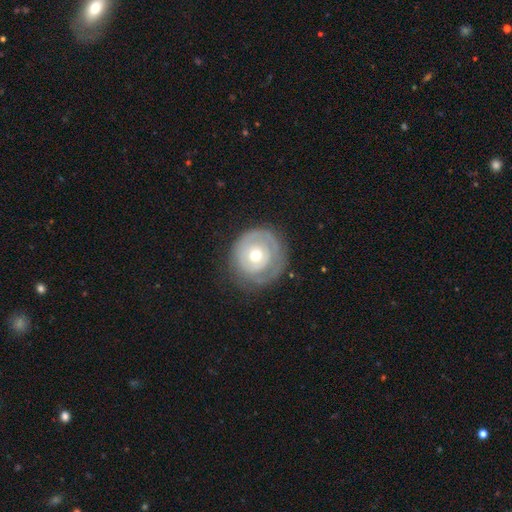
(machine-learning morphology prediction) type=featured or disk (59%); edge-on=no (96%); bar=no (84%); spiral arms=yes (50%, tied with no); bulge=moderate (59%); merging=none (64%).